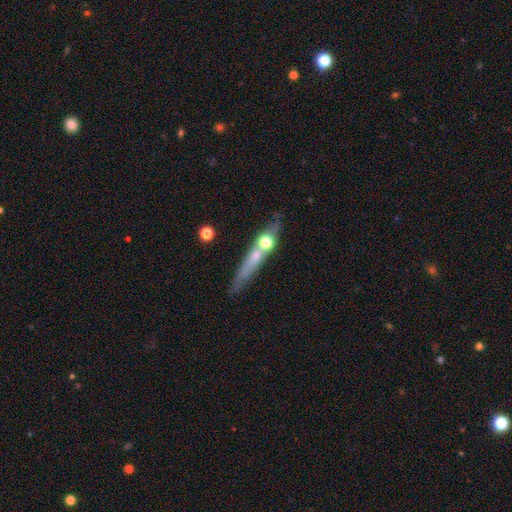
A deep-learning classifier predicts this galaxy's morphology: A featured or disk galaxy (52%) viewed edge-on (83%). Merging: none (66%).